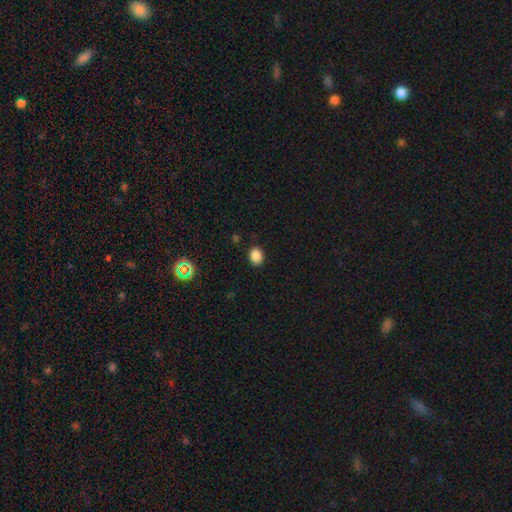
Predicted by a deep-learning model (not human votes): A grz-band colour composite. It shows a smooth galaxy with no disk features (85%) that is in between round and cigar-shaped (55%). Merging: none (87%).